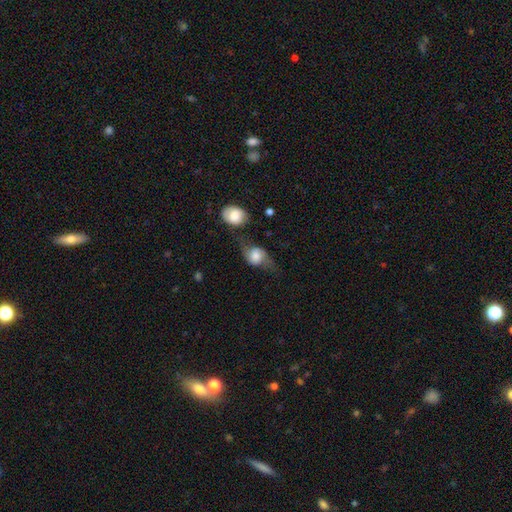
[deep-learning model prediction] Smooth or featured?
  - smooth: 54% *
  - featured or disk: 39%
  - star or artifact: 7%
How rounded?
  - in between: 50% *
  - round: 47%
  - cigar-shaped: 3%
Merging?
  - none: 38% *
  - minor disturbance: 22%
  - major disturbance: 21%
  - merger: 19%